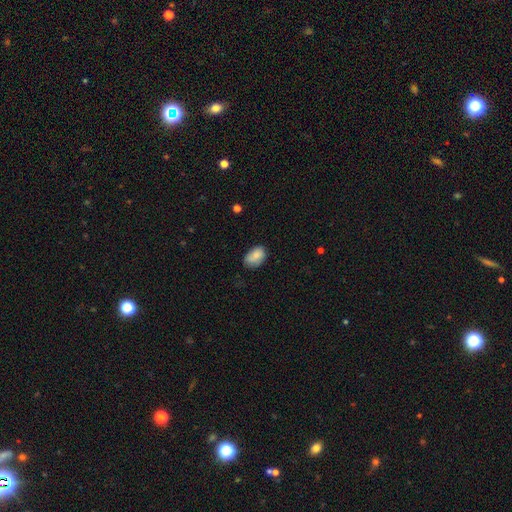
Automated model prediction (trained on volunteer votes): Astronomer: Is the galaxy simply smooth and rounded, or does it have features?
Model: smooth — 83%.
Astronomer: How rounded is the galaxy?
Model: in between — 87%.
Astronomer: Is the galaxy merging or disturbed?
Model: none — 62%.